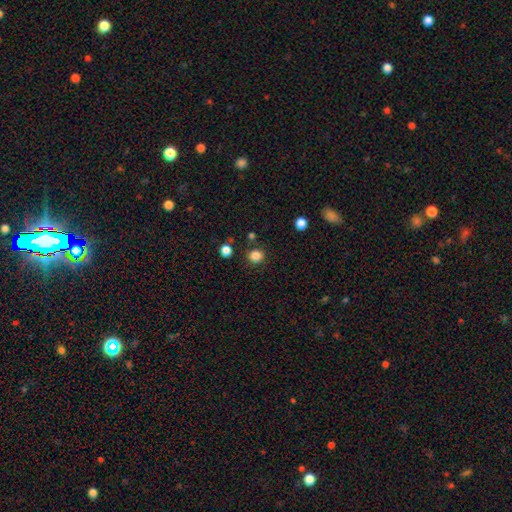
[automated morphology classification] smooth-or-featured: smooth: 83% | star or artifact: 12% | featured or disk: 4%
  how-rounded: round: 88% | in between: 11% | cigar-shaped: 1%
  merging: none: 86% | minor disturbance: 7% | merger: 4% | major disturbance: 3%